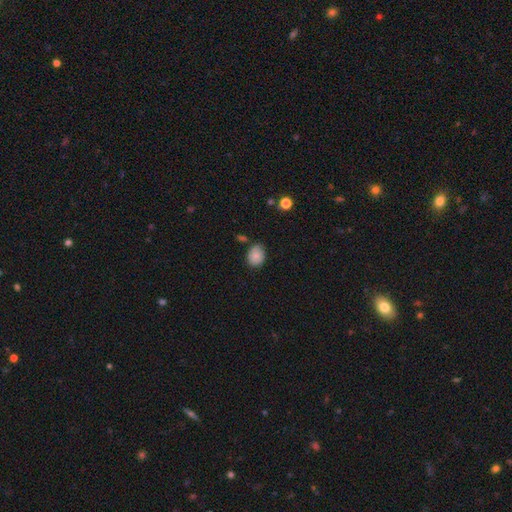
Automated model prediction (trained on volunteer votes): Smooth or featured: smooth — 84% (star or artifact — 9%)
How rounded: in between — 58% (round — 41%)
Merging: none — 65% (minor disturbance — 26%)